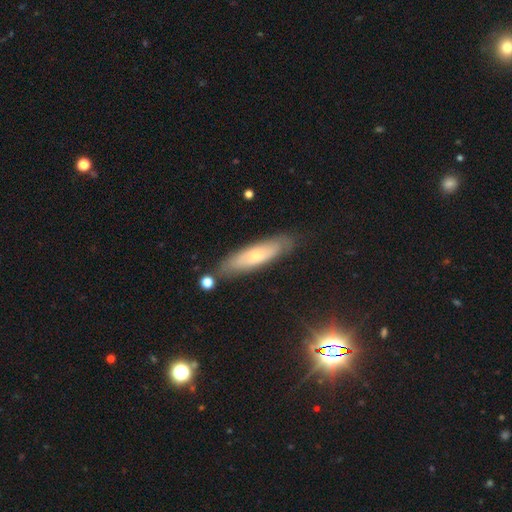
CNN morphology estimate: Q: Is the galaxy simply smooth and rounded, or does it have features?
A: smooth — 52%.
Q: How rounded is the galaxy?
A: cigar-shaped — 69%.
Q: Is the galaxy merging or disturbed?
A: none — 79%.